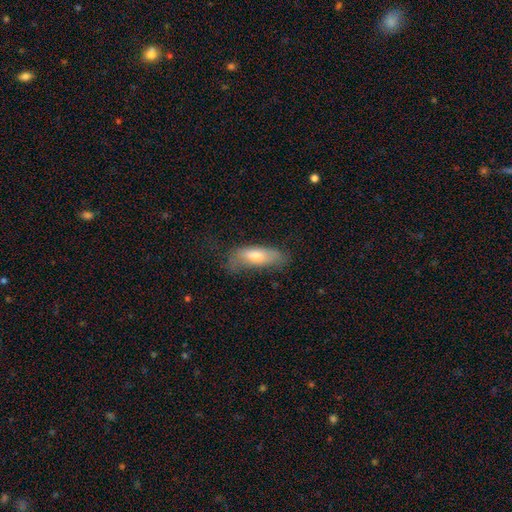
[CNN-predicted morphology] Smooth or featured?
  - smooth: 66% *
  - featured or disk: 26%
  - star or artifact: 7%
How rounded?
  - in between: 62% *
  - cigar-shaped: 35%
  - round: 2%
Merging?
  - none: 48% *
  - minor disturbance: 32%
  - major disturbance: 18%
  - merger: 2%